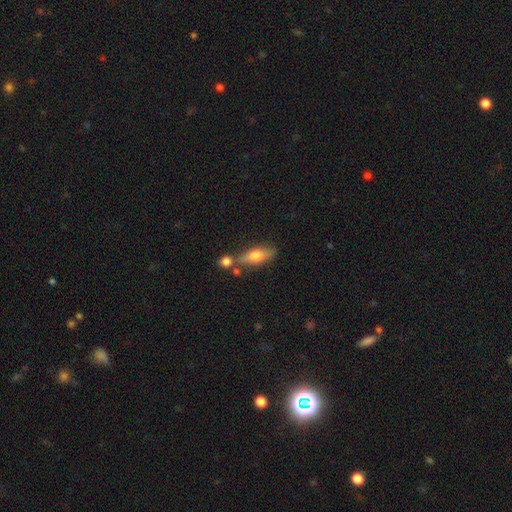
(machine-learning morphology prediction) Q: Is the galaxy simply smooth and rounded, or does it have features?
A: smooth — 57%.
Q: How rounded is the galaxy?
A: in between — 55%.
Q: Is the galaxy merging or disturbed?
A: none — 62%.